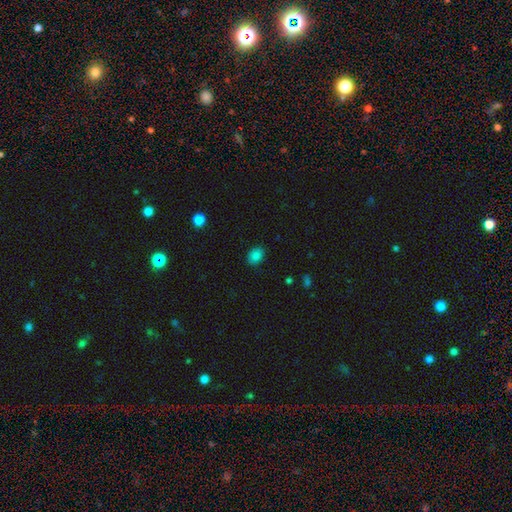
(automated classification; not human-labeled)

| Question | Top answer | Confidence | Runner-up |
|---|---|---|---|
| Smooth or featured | smooth | 83% | star or artifact (11%) |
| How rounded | in between | 63% | round (36%) |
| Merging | none | 86% | minor disturbance (11%) |